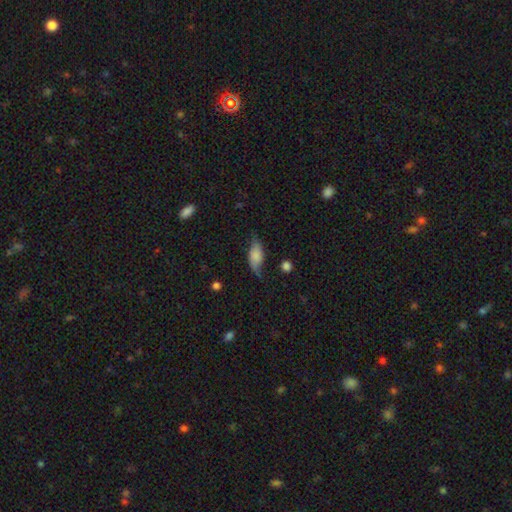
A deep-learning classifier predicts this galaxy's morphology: Smooth or featured: smooth — 58% (featured or disk — 34%)
How rounded: in between — 85% (cigar-shaped — 11%)
Merging: none — 54% (minor disturbance — 33%)